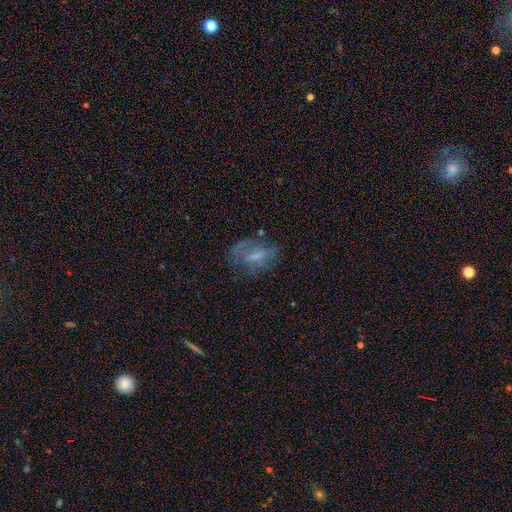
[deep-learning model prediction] Smooth or featured: featured or disk — 47% (smooth — 39%)
Merging: none — 50% (minor disturbance — 24%)